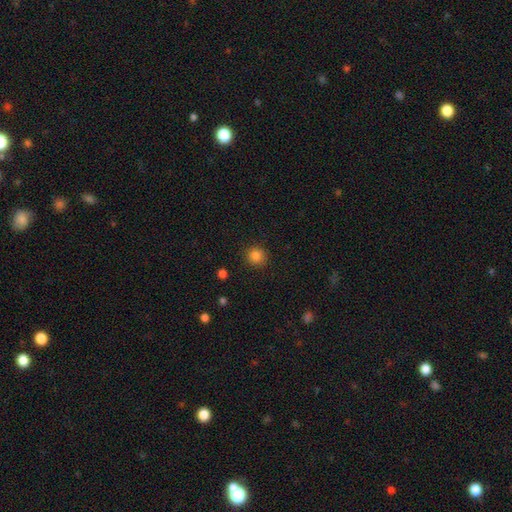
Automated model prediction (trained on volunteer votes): A smooth galaxy with no disk features (84%) that is round (92%).

Vote fractions:
- Smooth or featured? smooth: 84% / star or artifact: 12% / featured or disk: 5%
- How rounded? round: 92% / in between: 7% / cigar-shaped: 1%
- Merging? none: 91% / minor disturbance: 6% / major disturbance: 2% / merger: 1%